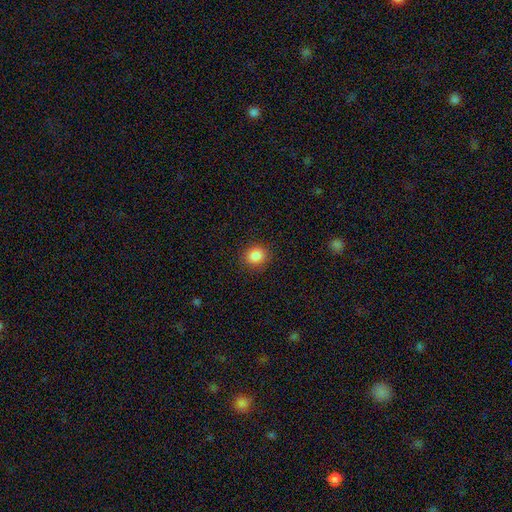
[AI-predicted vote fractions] A smooth galaxy with no disk features (86%) that is round (80%). Merging: none (89%).